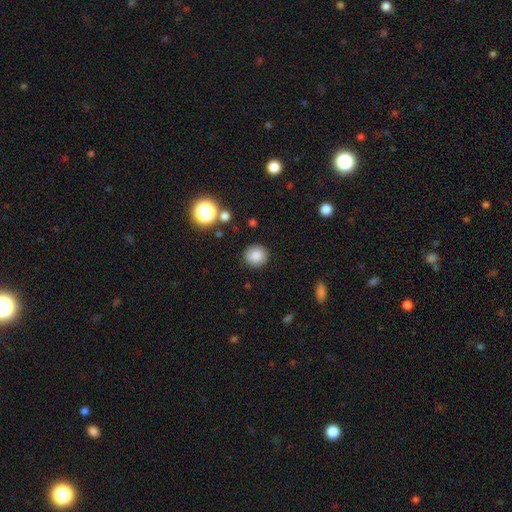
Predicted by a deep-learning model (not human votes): Smooth or featured?
  - smooth: 83% *
  - star or artifact: 11%
  - featured or disk: 6%
How rounded?
  - round: 92% *
  - in between: 7%
  - cigar-shaped: 1%
Merging?
  - none: 88% *
  - minor disturbance: 7%
  - major disturbance: 2%
  - merger: 2%